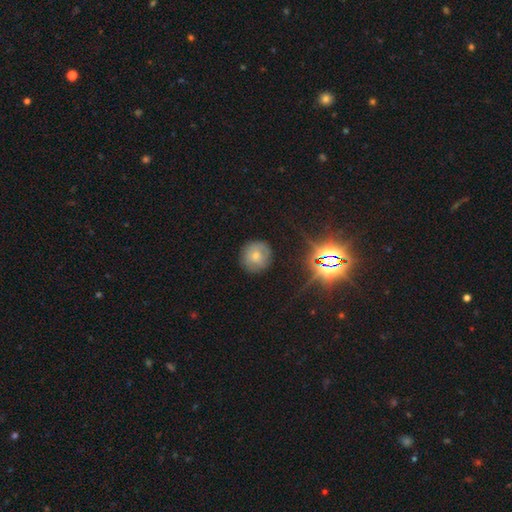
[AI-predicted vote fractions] This is likely a smooth galaxy (62%). How rounded: clearly round (91%). Merging: clearly none (82%).